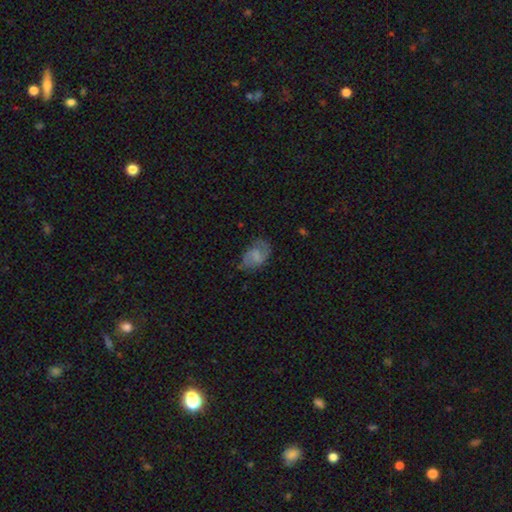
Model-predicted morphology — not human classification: The model was most divided on "smooth or featured": featured or disk: 51%, smooth: 40%, star or artifact: 9%. More confident: edge-on disk — no (97%); merging — none (63%).